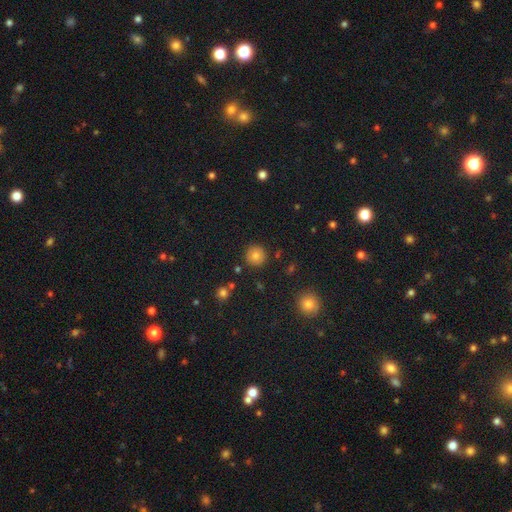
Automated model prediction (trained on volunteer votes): This is likely a smooth galaxy (80%). How rounded: clearly round (94%). Merging: clearly none (89%).